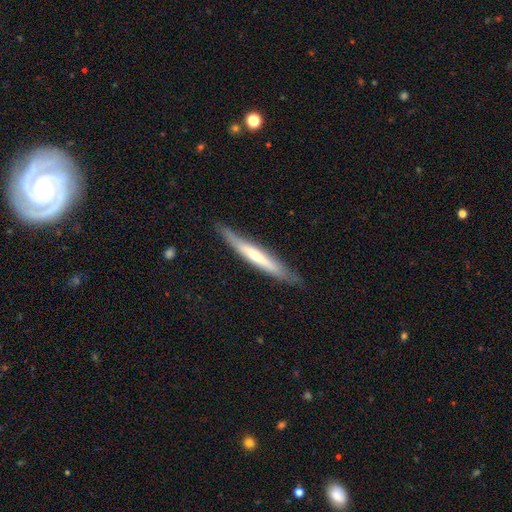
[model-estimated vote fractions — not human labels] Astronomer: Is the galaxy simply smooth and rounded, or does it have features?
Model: featured or disk — 58% (runner-up: smooth, 36%).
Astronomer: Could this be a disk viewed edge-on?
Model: yes — 92%.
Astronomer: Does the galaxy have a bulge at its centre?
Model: rounded — 50% (runner-up: none, 41%).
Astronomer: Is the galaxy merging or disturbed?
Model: none — 85%.